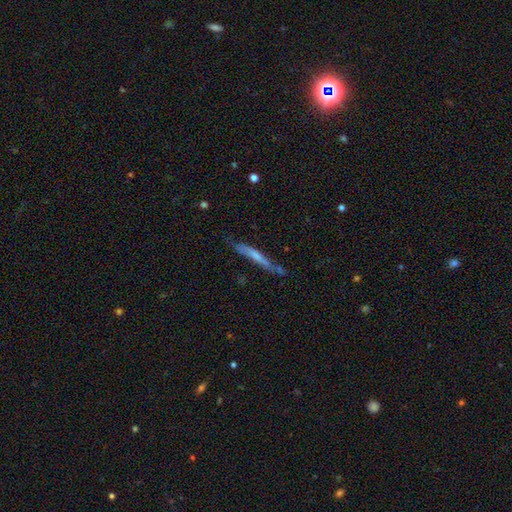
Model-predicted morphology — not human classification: smooth_or_featured: smooth (p=0.47) [alt: featured or disk p=0.46]
merging: none (p=0.60) [alt: minor disturbance p=0.27]